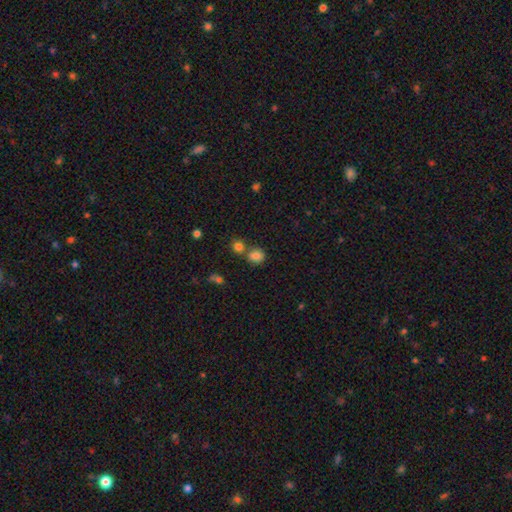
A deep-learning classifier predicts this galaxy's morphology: Smooth or featured? Predicted: smooth (p=0.81). How rounded? Predicted: round (p=0.66). Merging? Predicted: none (p=0.58).